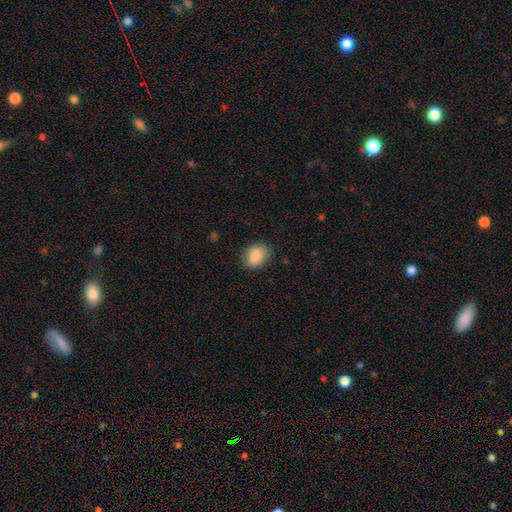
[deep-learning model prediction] smooth_or_featured: smooth (p=0.88) [alt: star or artifact p=0.08]
how_rounded: in between (p=0.63) [alt: round p=0.36]
merging: none (p=0.78) [alt: minor disturbance p=0.17]